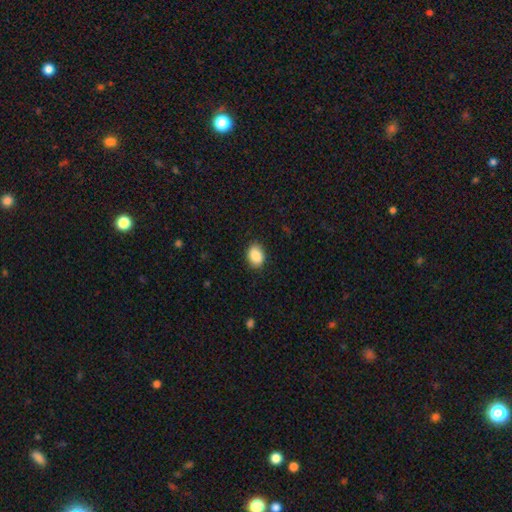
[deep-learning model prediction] Smooth or featured: smooth — 88% (star or artifact — 7%)
How rounded: in between — 70% (round — 29%)
Merging: none — 86% (minor disturbance — 11%)